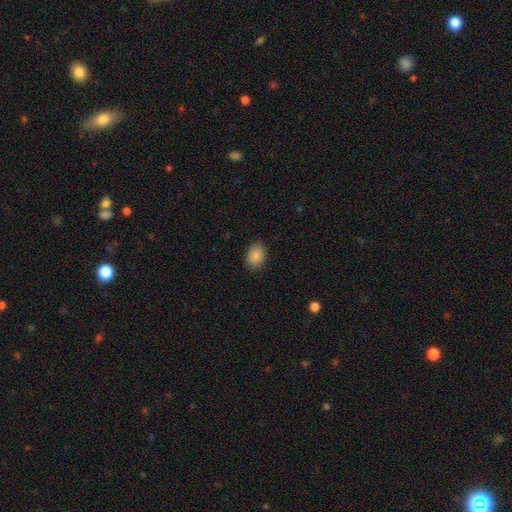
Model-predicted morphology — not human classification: Smooth or featured: smooth — 87% (star or artifact — 8%)
How rounded: in between — 70% (round — 29%)
Merging: none — 87% (minor disturbance — 10%)